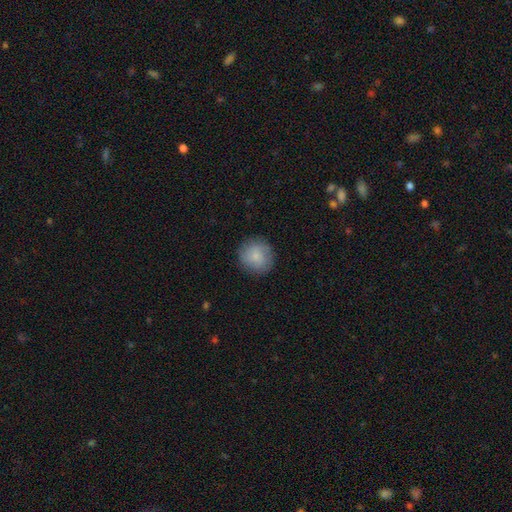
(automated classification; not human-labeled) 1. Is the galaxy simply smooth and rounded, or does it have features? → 81% smooth, 12% featured or disk, 7% star or artifact.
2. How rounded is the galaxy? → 90% round, 9% in between, 1% cigar-shaped.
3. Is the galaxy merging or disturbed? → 86% none, 10% minor disturbance, 3% major disturbance, 1% merger.